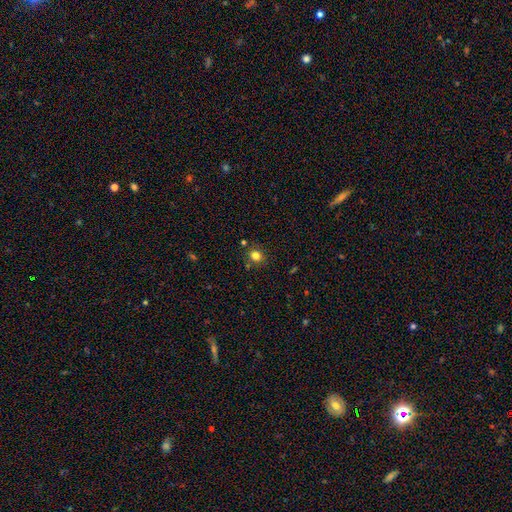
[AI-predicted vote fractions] Morphology: type=smooth (79%); roundness=round (83%); merging=none (83%).